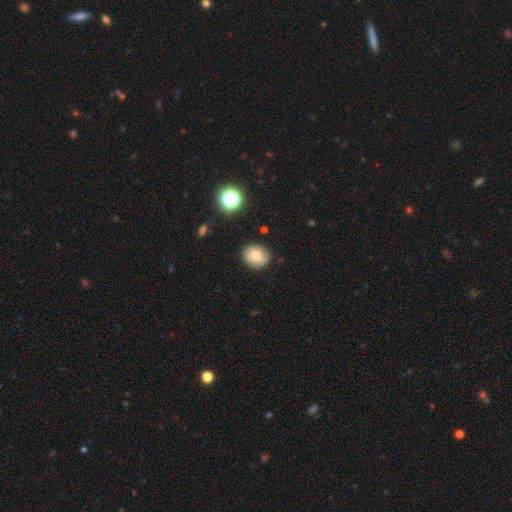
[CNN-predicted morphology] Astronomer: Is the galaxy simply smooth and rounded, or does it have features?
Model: smooth — 82%.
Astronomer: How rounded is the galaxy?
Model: round — 52% (runner-up: in between, 47%).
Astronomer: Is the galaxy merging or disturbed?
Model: none — 84%.